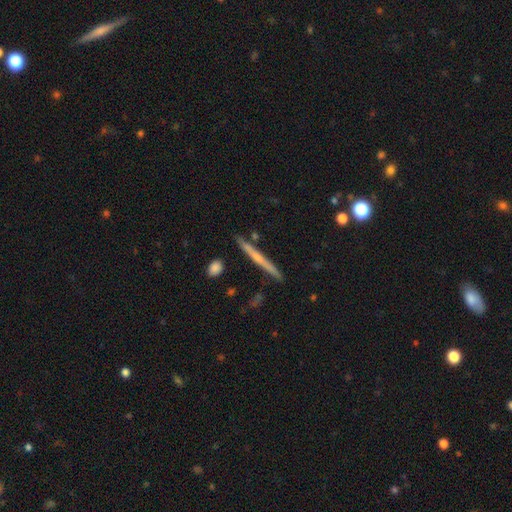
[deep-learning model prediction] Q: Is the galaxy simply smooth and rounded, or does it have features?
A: featured or disk — 56%.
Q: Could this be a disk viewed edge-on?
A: yes — 97%.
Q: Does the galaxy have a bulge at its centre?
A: none — 58%.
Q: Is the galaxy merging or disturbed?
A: none — 88%.